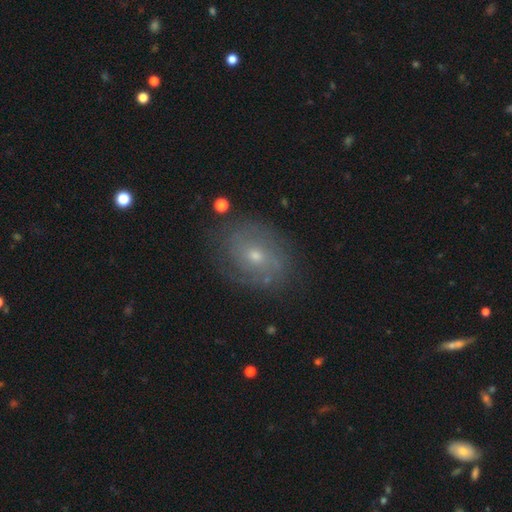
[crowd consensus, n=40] This is likely a featured or disk galaxy (78%). It is clearly not viewed edge-on (97%). Bar: clearly no (83%). Spiral arm pattern: clearly yes (87%). Spiral arm count: marginally can't tell (42%). Spiral winding: marginally tight (42%, tied with medium). Central bulge: possibly small (57%). Merging: clearly none (85%).